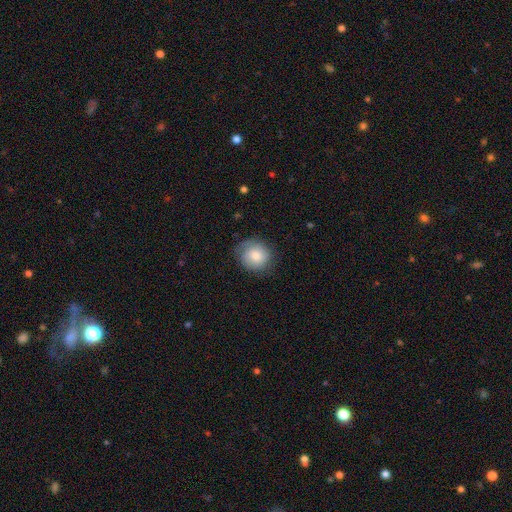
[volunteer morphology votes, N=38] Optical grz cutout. It shows a smooth galaxy with no disk features (79%) that is round (90%). Merging: none (76%).